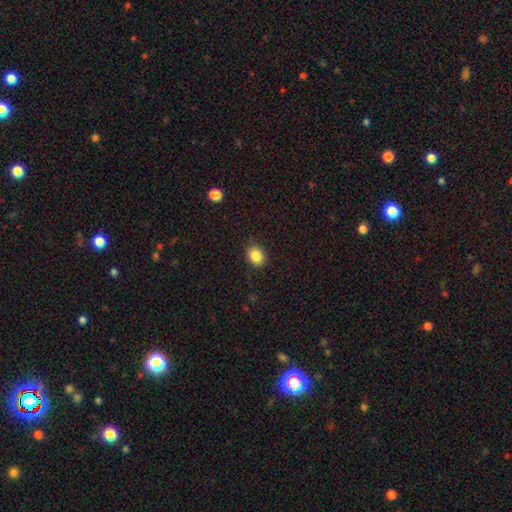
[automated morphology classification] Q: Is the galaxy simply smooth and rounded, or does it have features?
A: smooth — 86%.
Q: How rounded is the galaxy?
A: round — 58%.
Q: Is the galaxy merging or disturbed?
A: none — 87%.